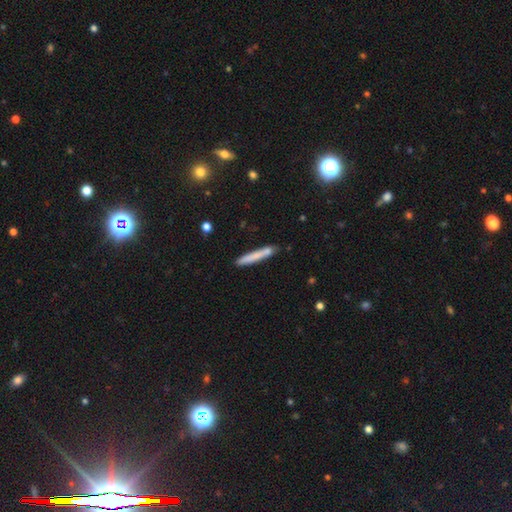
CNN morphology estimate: Q: Smooth or featured?
A: smooth (73%); runner-up: featured or disk (21%)
Q: How rounded?
A: cigar-shaped (96%); runner-up: in between (3%)
Q: Merging?
A: none (81%); runner-up: minor disturbance (12%)